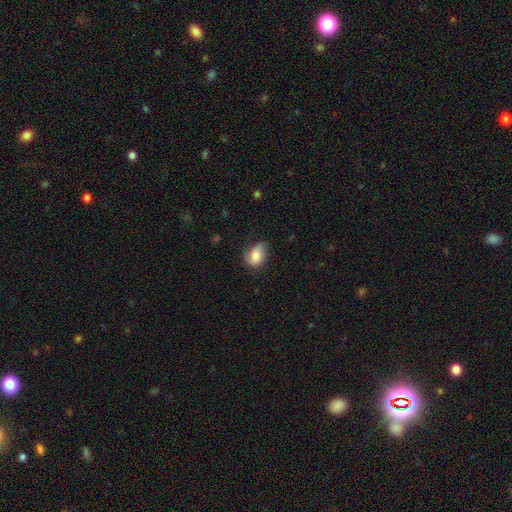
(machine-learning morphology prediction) This appears to be a smooth galaxy with no disk features (73%) that is in between round and cigar-shaped (77%). Merging: none (51%).